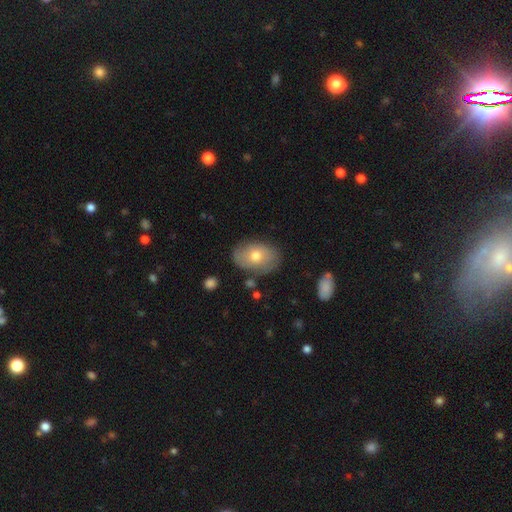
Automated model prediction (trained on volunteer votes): Smooth or featured?
  - smooth: 64% *
  - featured or disk: 29%
  - star or artifact: 7%
How rounded?
  - in between: 83% *
  - round: 15%
  - cigar-shaped: 1%
Merging?
  - none: 76% *
  - minor disturbance: 17%
  - major disturbance: 4%
  - merger: 2%